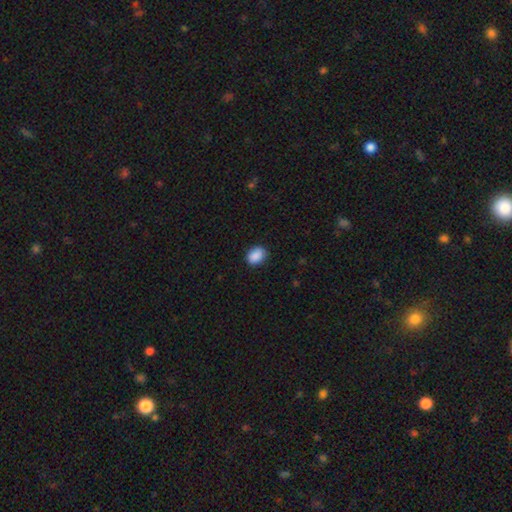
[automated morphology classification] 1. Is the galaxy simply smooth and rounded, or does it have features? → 89% smooth, 8% star or artifact, 3% featured or disk.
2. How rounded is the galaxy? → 69% in between, 30% round, 1% cigar-shaped.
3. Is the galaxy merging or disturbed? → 86% none, 11% minor disturbance, 2% major disturbance, 1% merger.